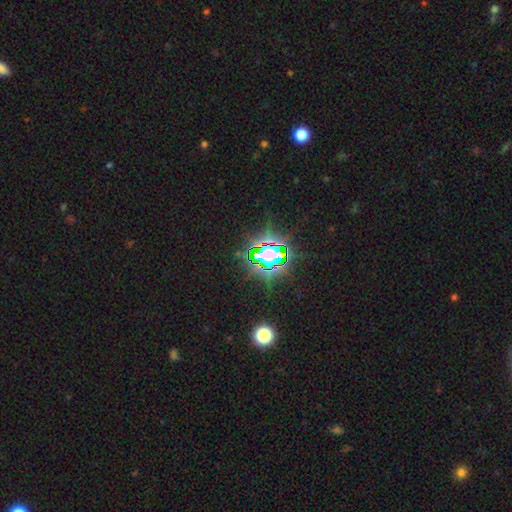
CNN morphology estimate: smooth_or_featured: star or artifact (p=0.82) [alt: smooth p=0.11]